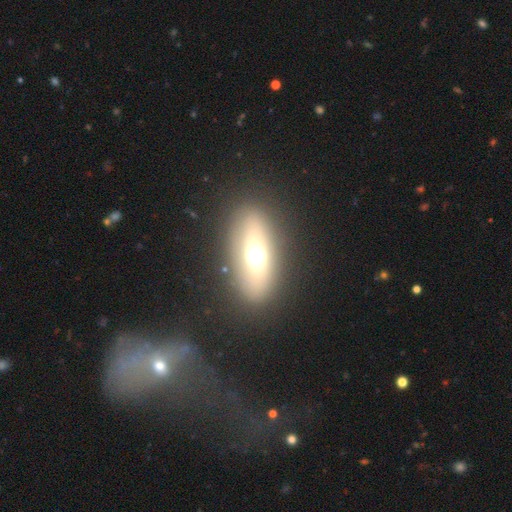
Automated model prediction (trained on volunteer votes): The model was most divided on "smooth or featured": smooth: 50%, featured or disk: 35%, star or artifact: 15%. More confident: merging — none (84%).